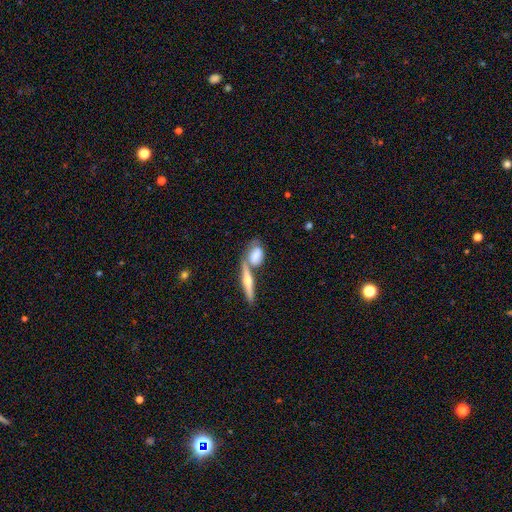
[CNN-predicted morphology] Q: Smooth or featured?
A: smooth (54%); runner-up: featured or disk (39%)
Q: How rounded?
A: in between (67%); runner-up: cigar-shaped (19%)
Q: Merging?
A: none (44%); runner-up: merger (36%)